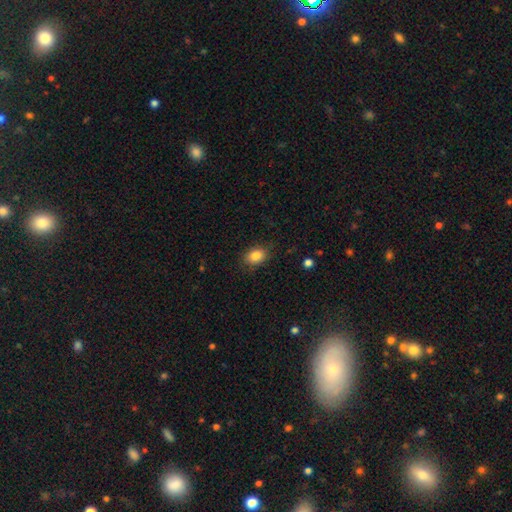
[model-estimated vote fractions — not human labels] This is clearly a smooth galaxy (85%). How rounded: likely in between (70%). Merging: clearly none (83%).